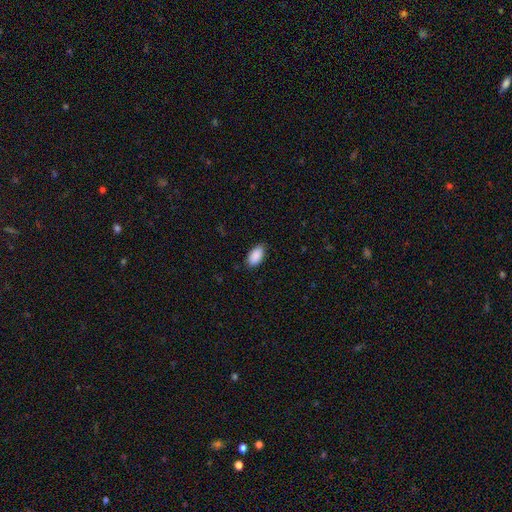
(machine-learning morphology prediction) smooth-or-featured: smooth: 90% | star or artifact: 6% | featured or disk: 3%
  how-rounded: in between: 95% | round: 3% | cigar-shaped: 2%
  merging: none: 83% | minor disturbance: 13% | major disturbance: 2% | merger: 1%